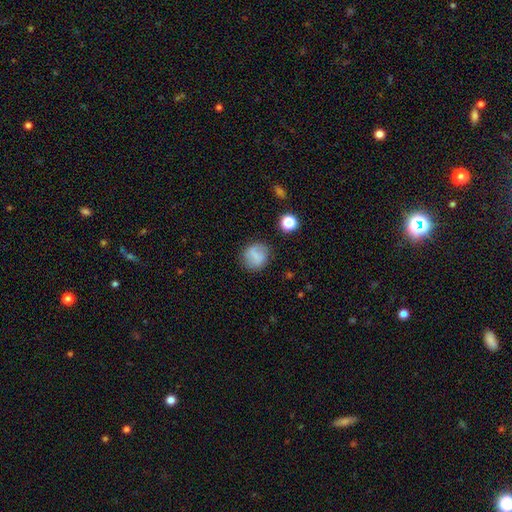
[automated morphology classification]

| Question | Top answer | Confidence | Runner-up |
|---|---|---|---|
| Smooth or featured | smooth | 69% | featured or disk (20%) |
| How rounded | round | 79% | in between (19%) |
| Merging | none | 78% | minor disturbance (14%) |